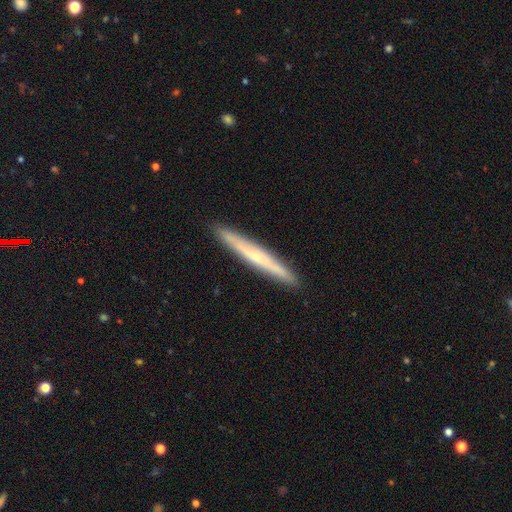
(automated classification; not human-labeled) Morphology: type=featured or disk (54%); edge-on=yes (95%); edge-on bulge=none (51%); merging=none (92%).